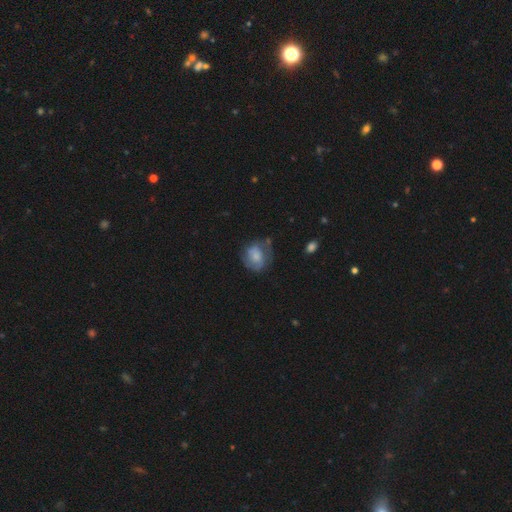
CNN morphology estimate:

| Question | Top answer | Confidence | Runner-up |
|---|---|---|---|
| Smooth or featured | smooth | 53% | featured or disk (39%) |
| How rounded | round | 57% | in between (42%) |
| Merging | none | 51% | minor disturbance (29%) |